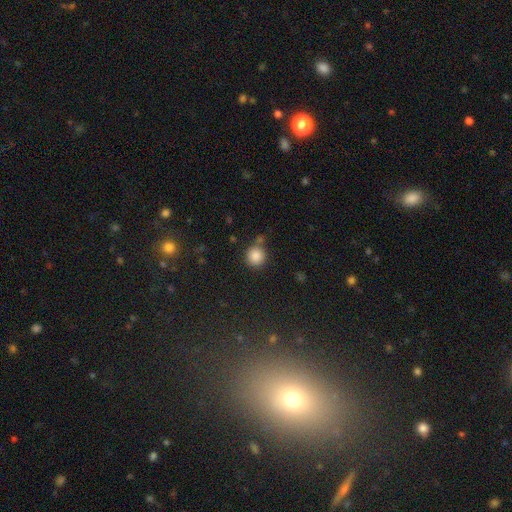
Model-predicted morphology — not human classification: A smooth galaxy with no disk features (85%) that is round (92%).

Vote fractions:
- Smooth or featured? smooth: 85% / star or artifact: 11% / featured or disk: 4%
- How rounded? round: 92% / in between: 7% / cigar-shaped: 1%
- Merging? none: 72% / merger: 12% / minor disturbance: 12% / major disturbance: 4%